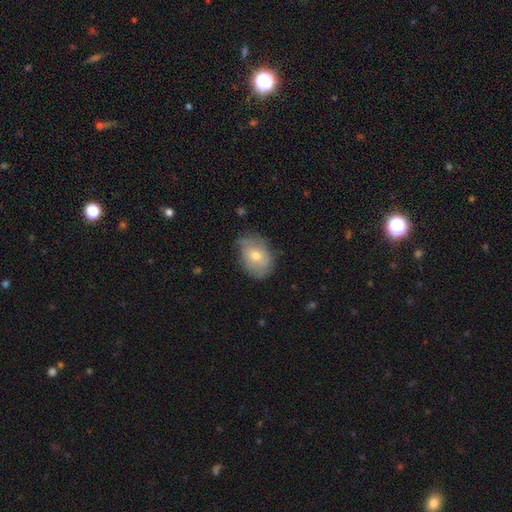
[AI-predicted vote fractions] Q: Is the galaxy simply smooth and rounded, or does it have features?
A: smooth — 53%.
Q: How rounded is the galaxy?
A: in between — 73%.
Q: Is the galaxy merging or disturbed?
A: none — 65%.